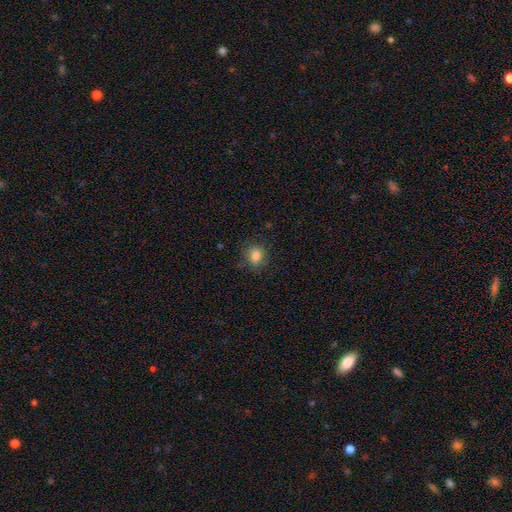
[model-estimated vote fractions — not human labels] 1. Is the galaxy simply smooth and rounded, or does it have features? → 81% smooth, 11% star or artifact, 8% featured or disk.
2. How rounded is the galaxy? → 56% round, 42% in between, 1% cigar-shaped.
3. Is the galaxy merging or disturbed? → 80% none, 15% minor disturbance, 4% major disturbance, 1% merger.